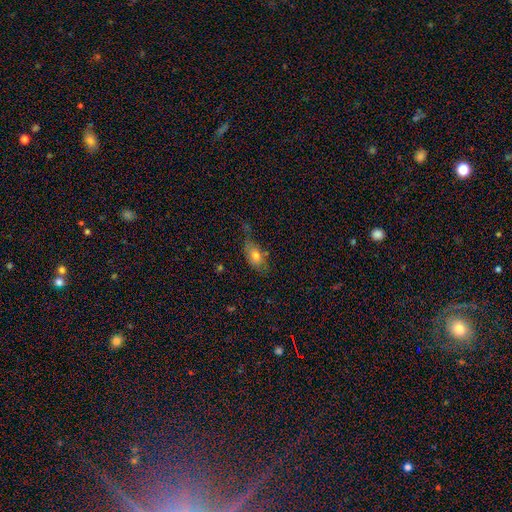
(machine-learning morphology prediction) smooth-or-featured: smooth: 72% | featured or disk: 19% | star or artifact: 9%
  how-rounded: in between: 83% | round: 9% | cigar-shaped: 7%
  merging: none: 47% | minor disturbance: 29% | major disturbance: 15% | merger: 9%